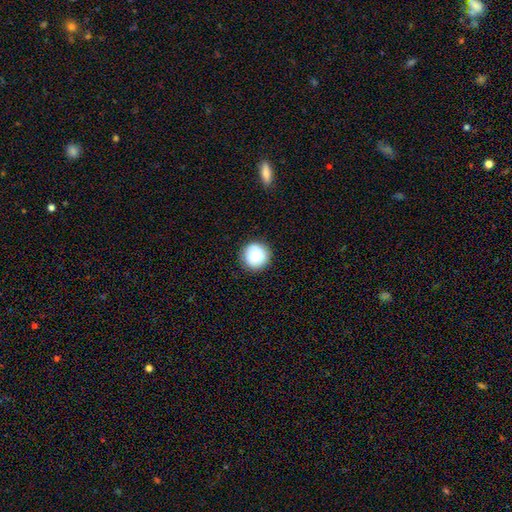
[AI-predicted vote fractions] This appears to be a smooth galaxy with no disk features (72%) that is round (95%). Merging: none (90%).